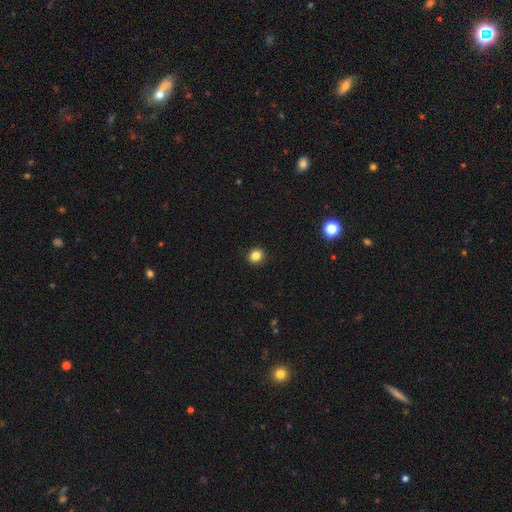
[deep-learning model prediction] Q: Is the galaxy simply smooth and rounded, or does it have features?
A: smooth — 84%.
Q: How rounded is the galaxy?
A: round — 87%.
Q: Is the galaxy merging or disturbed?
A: none — 93%.